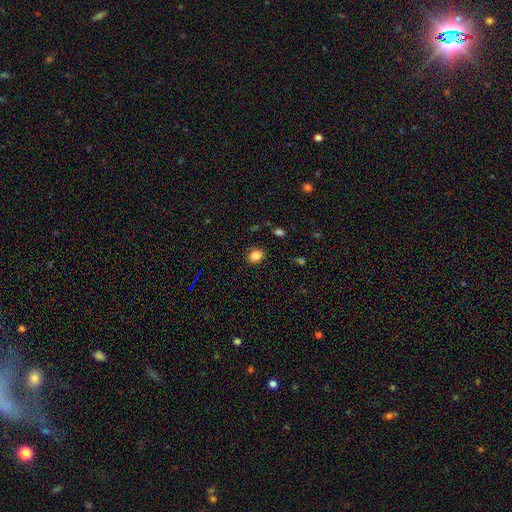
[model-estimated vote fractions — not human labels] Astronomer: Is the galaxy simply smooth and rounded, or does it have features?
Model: smooth — 85%.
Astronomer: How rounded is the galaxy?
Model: in between — 52% (runner-up: round, 47%).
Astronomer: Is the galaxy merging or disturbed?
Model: none — 88%.